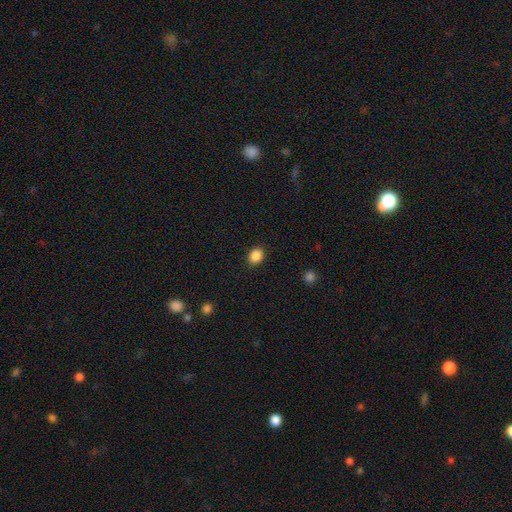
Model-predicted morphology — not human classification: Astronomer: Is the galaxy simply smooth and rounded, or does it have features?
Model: smooth — 87%.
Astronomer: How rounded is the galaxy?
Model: in between — 55% (runner-up: round, 44%).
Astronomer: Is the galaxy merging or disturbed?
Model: none — 89%.